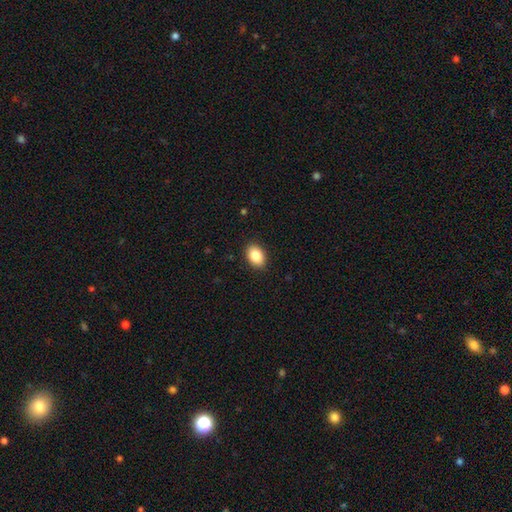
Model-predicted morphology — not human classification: Overall: smooth (86%). How rounded: in between (81%). Merging: none (90%).